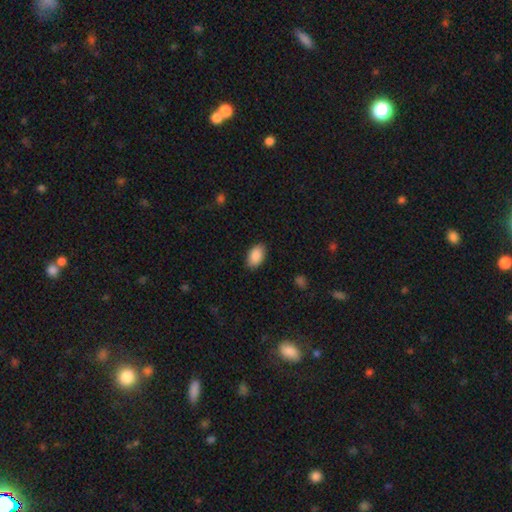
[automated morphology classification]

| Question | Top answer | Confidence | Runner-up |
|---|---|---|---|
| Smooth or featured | smooth | 90% | star or artifact (7%) |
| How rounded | in between | 93% | round (6%) |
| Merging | none | 88% | minor disturbance (9%) |